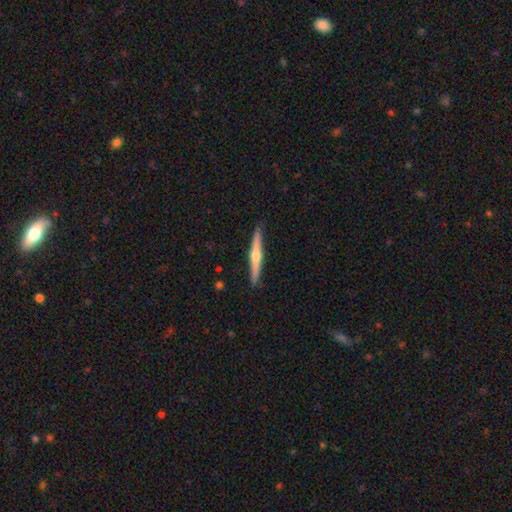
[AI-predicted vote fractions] smooth_or_featured: featured or disk (p=0.66) [alt: smooth p=0.29]
disk_edge_on: yes (p=0.97) [alt: no p=0.03]
edge_on_bulge: rounded (p=0.89) [alt: none p=0.08]
merging: none (p=0.90) [alt: minor disturbance p=0.08]